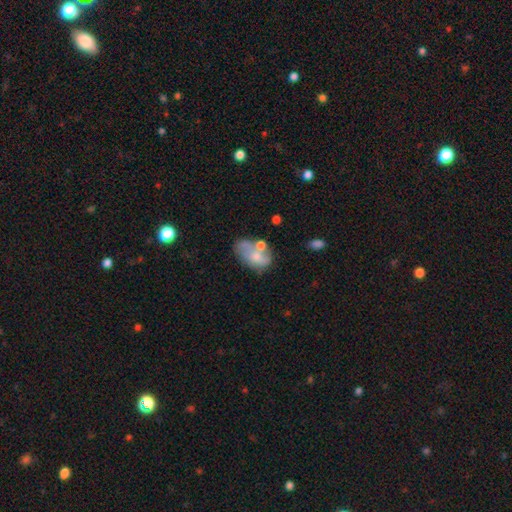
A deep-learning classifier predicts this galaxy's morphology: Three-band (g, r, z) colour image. It shows a smooth galaxy with no disk features (55%) that is in between round and cigar-shaped (87%). Merging: merger (31%).